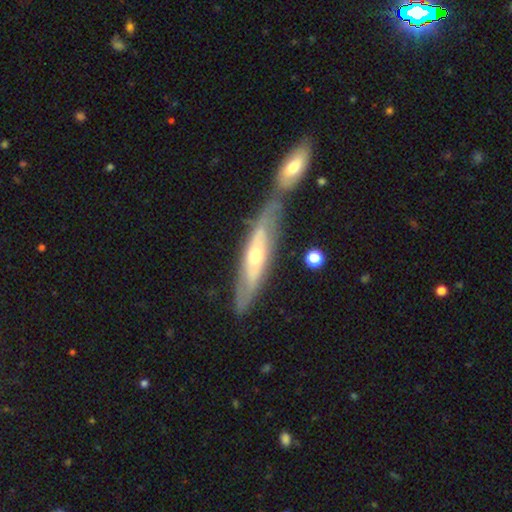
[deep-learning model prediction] smooth-or-featured: featured or disk: 69% | smooth: 26% | star or artifact: 5%
  disk-edge-on: no: 51% | yes: 49%
  merging: none: 54% | merger: 26% | minor disturbance: 15% | major disturbance: 5%